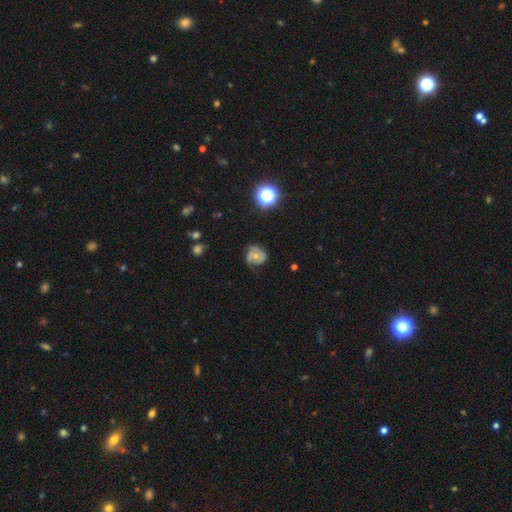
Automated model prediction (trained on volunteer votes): smooth-or-featured: featured or disk: 65% | smooth: 25% | star or artifact: 10%
  disk-edge-on: no: 98% | yes: 2%
    bar: no: 66% | weak: 27% | strong: 7%
    has-spiral-arms: yes: 89% | no: 11%
      spiral-winding: tight: 43% | medium: 41% | loose: 16%
      spiral-arm-count: 2: 52% | can't tell: 18% | 3: 16% | 1: 9% | 4: 2% | more than 4: 2%
    bulge-size: small: 54% | moderate: 38% | none: 4% | large: 2% | dominant: 1%
  merging: none: 54% | minor disturbance: 29% | major disturbance: 15% | merger: 2%